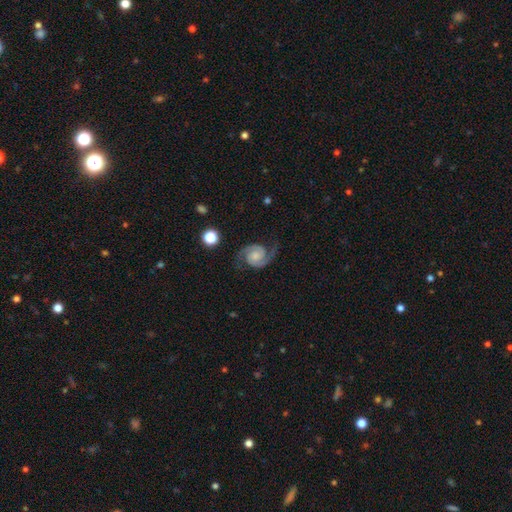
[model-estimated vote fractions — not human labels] smooth-or-featured: featured or disk: 91% | smooth: 5% | star or artifact: 5%
  disk-edge-on: no: 98% | yes: 2%
    bar: no: 66% | weak: 28% | strong: 6%
    has-spiral-arms: yes: 98% | no: 2%
      spiral-winding: medium: 53% | tight: 34% | loose: 13%
      spiral-arm-count: 2: 94% | can't tell: 2% | 3: 1% | 1: 1% | 4: 1% | more than 4: 1%
    bulge-size: small: 36% | moderate: 35% | none: 20% | large: 7% | dominant: 2%
  merging: none: 79% | minor disturbance: 14% | major disturbance: 6% | merger: 1%